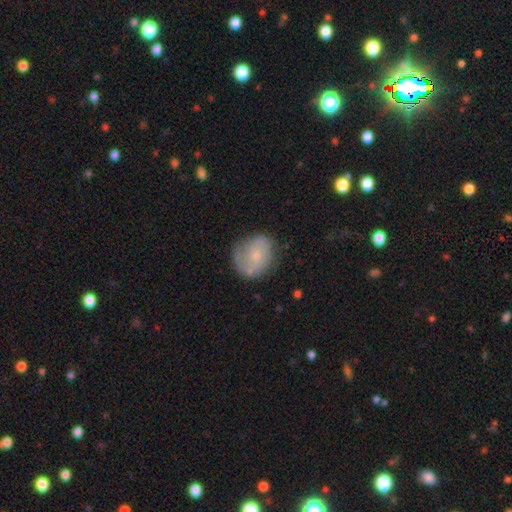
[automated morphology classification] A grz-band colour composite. It shows a smooth galaxy with no disk features (46%). Merging: none (60%).